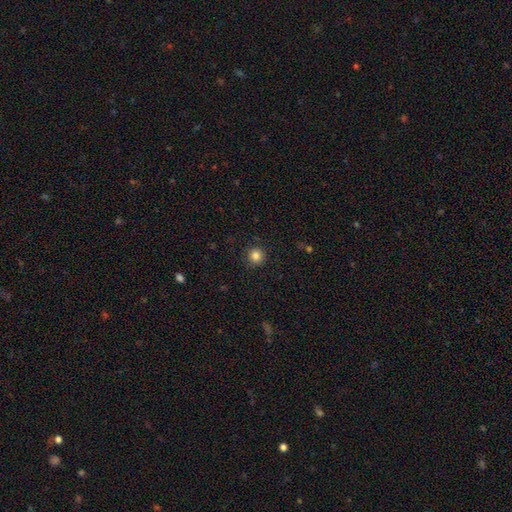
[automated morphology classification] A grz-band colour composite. It shows a smooth galaxy with no disk features (84%) that is round (93%). Merging: none (91%).